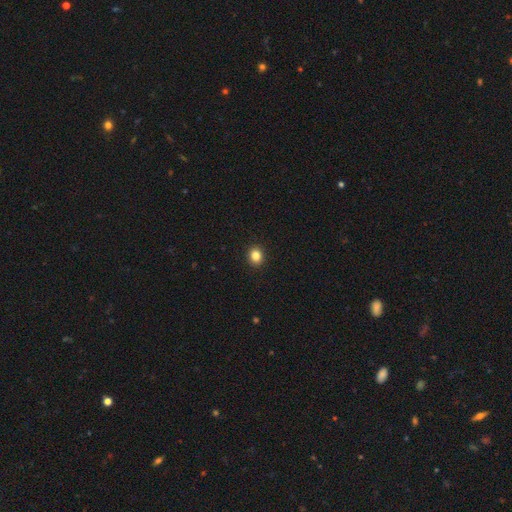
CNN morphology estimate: Overall: smooth (84%). How rounded: round (70%). Merging: none (92%).